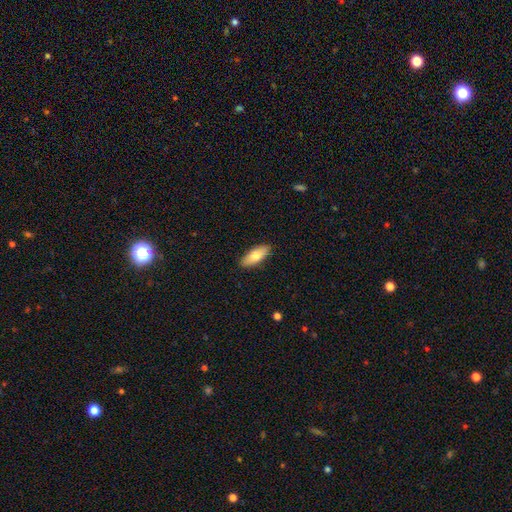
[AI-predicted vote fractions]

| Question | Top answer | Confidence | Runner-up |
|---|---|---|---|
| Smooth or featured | smooth | 74% | featured or disk (20%) |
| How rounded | in between | 79% | cigar-shaped (18%) |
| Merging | none | 89% | minor disturbance (8%) |